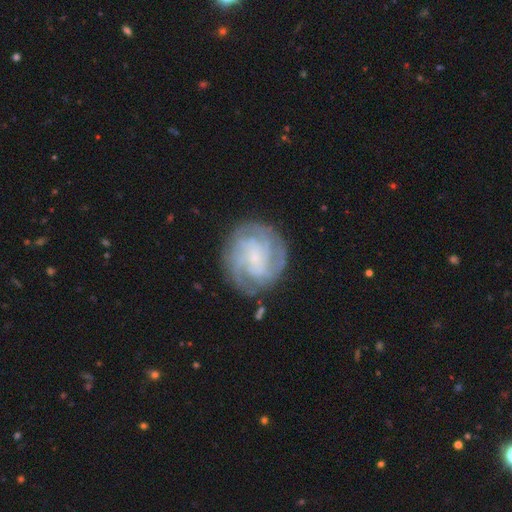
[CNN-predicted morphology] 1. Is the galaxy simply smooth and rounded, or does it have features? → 80% featured or disk, 12% smooth, 8% star or artifact.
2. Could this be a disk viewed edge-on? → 97% no, 3% yes.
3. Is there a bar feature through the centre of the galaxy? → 52% no, 37% weak, 11% strong.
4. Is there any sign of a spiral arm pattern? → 96% yes, 4% no.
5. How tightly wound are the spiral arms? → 66% tight, 28% medium, 6% loose.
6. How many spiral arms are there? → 28% can't tell, 25% 3, 20% 2, 15% 4, 6% more than 4, 6% 1.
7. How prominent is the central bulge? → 65% small, 16% moderate, 14% none, 3% large, 1% dominant.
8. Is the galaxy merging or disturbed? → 79% none, 14% minor disturbance, 5% major disturbance, 2% merger.